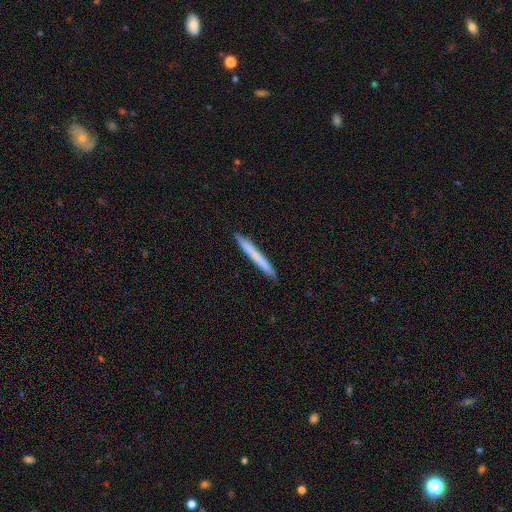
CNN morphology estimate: A smooth galaxy with no disk features (67%) that is cigar-shaped (97%).

Vote fractions:
- Smooth or featured? smooth: 67% / featured or disk: 28% / star or artifact: 6%
- How rounded? cigar-shaped: 97% / in between: 2% / round: 1%
- Merging? none: 92% / minor disturbance: 6% / major disturbance: 1% / merger: 1%